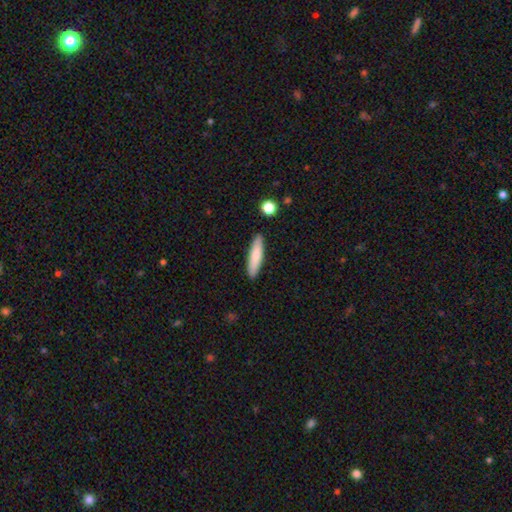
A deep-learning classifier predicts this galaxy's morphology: Smooth or featured? smooth (79%)
How rounded? cigar-shaped (82%)
Merging? none (89%)